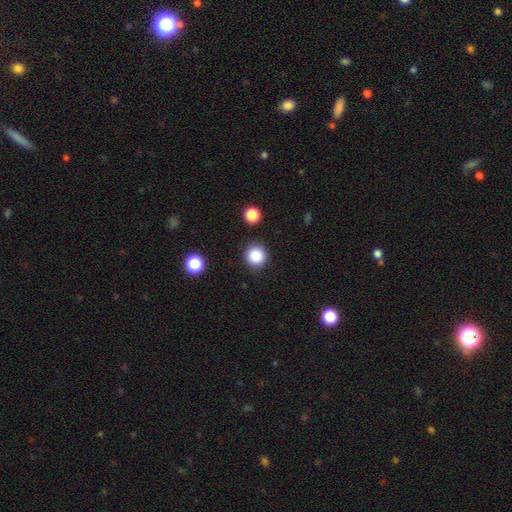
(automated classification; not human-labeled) smooth-or-featured: smooth: 86% | star or artifact: 11% | featured or disk: 4%
  how-rounded: round: 94% | in between: 5% | cigar-shaped: 1%
  merging: none: 90% | minor disturbance: 6% | major disturbance: 2% | merger: 2%